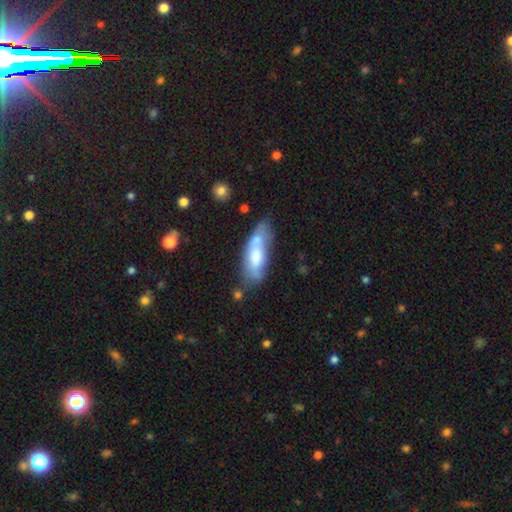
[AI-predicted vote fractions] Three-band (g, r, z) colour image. It shows a smooth galaxy with no disk features (58%) that is in between round and cigar-shaped (63%). Merging: none (47%).